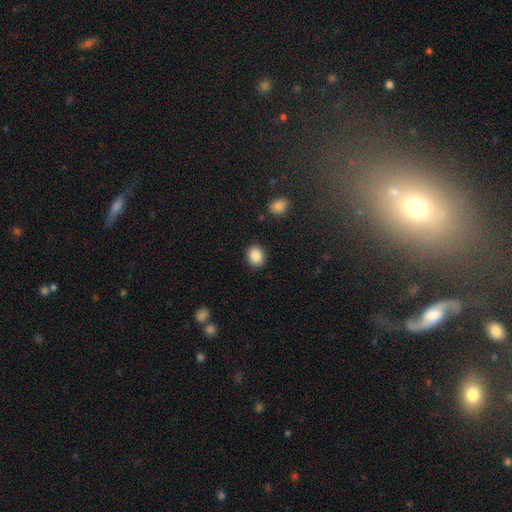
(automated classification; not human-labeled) Smooth or featured? smooth (88%)
How rounded? round (57%)
Merging? none (89%)